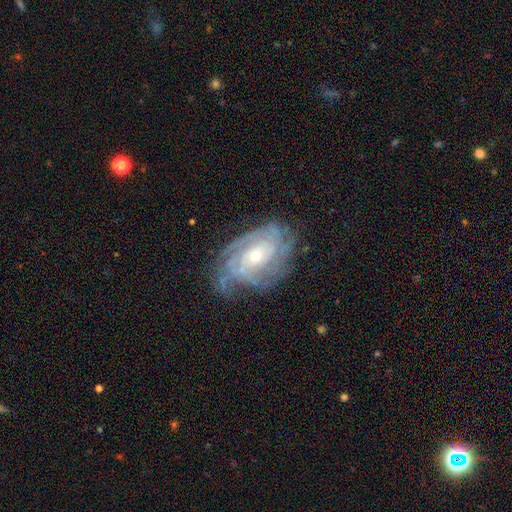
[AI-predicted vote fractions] smooth-or-featured: featured or disk: 87% | smooth: 7% | star or artifact: 6%
  disk-edge-on: no: 96% | yes: 4%
    bar: no: 62% | weak: 29% | strong: 9%
    has-spiral-arms: yes: 95% | no: 5%
      spiral-winding: tight: 68% | medium: 26% | loose: 6%
      spiral-arm-count: can't tell: 34% | 4: 21% | 3: 16% | 2: 13% | more than 4: 10% | 1: 6%
    bulge-size: small: 61% | moderate: 35% | large: 2% | none: 1% | dominant: 1%
  merging: none: 66% | minor disturbance: 22% | major disturbance: 10% | merger: 2%